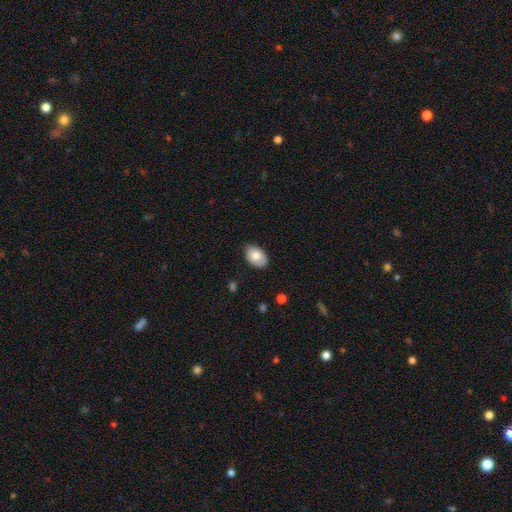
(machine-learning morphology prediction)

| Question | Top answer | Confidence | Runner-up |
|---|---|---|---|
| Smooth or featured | smooth | 75% | featured or disk (18%) |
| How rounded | in between | 86% | round (13%) |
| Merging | none | 80% | minor disturbance (17%) |